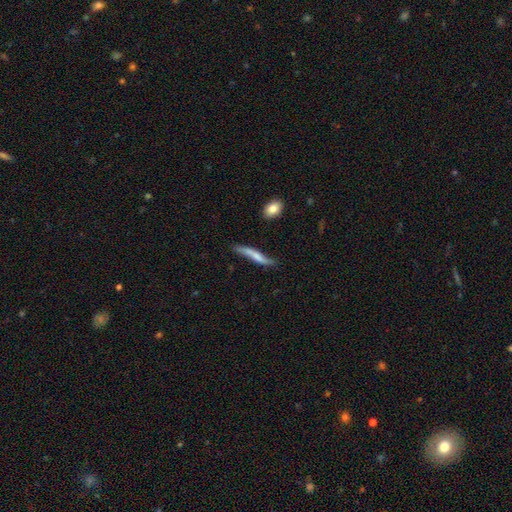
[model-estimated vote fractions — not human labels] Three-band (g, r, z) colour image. It shows a smooth galaxy with no disk features (54%) that is cigar-shaped (88%). Merging: none (60%).